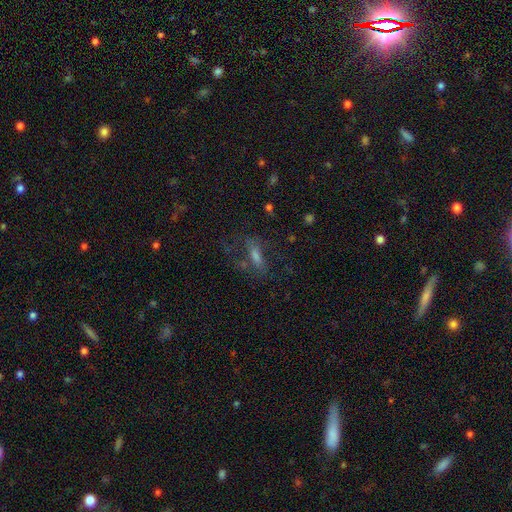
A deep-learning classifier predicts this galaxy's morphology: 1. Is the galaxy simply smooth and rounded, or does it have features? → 42% featured or disk, 36% smooth, 22% star or artifact.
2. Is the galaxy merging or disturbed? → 55% none, 23% major disturbance, 18% minor disturbance, 4% merger.